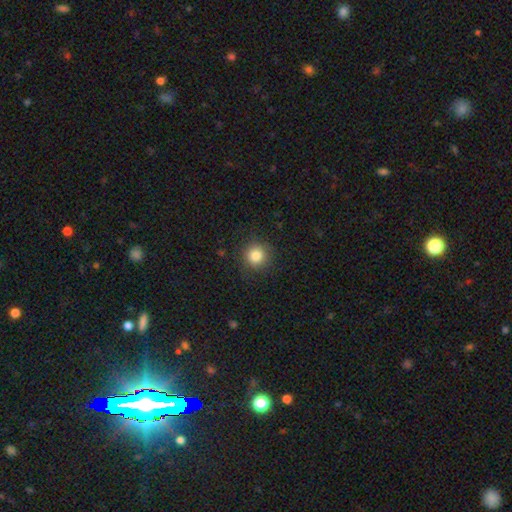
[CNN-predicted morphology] Smooth or featured?
  - smooth: 84% *
  - star or artifact: 11%
  - featured or disk: 5%
How rounded?
  - round: 94% *
  - in between: 5%
  - cigar-shaped: 1%
Merging?
  - none: 87% *
  - minor disturbance: 9%
  - major disturbance: 3%
  - merger: 1%